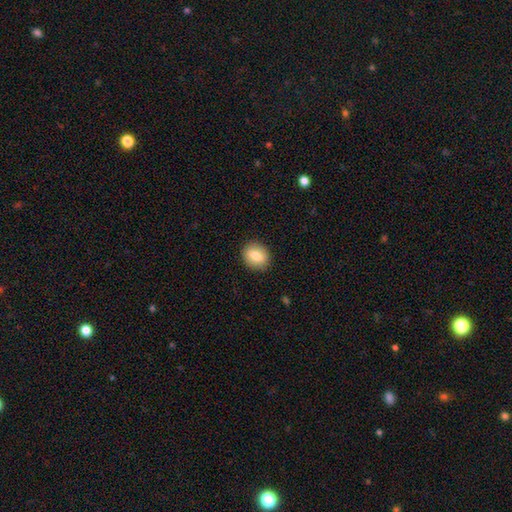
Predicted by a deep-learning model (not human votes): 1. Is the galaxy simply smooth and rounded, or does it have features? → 79% smooth, 13% featured or disk, 8% star or artifact.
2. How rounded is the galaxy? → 63% round, 36% in between, 1% cigar-shaped.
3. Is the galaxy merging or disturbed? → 90% none, 7% minor disturbance, 2% major disturbance, 1% merger.